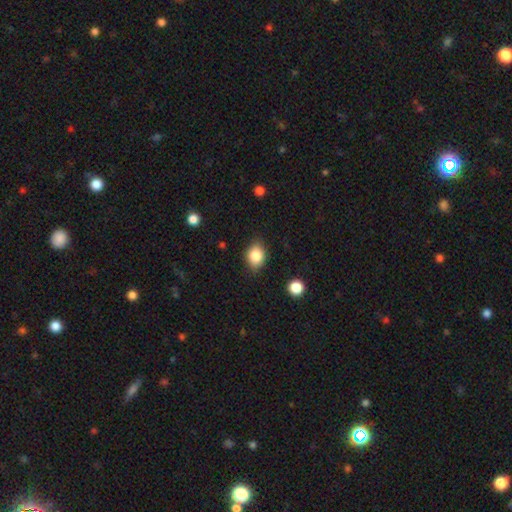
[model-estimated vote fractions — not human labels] Overall: smooth (85%). How rounded: in between (61%; round 38%). Merging: none (81%).